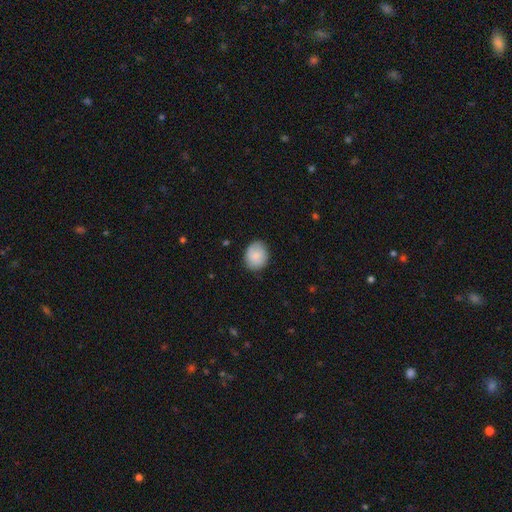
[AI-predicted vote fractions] Smooth or featured? smooth (84%)
How rounded? round (58%)
Merging? none (83%)